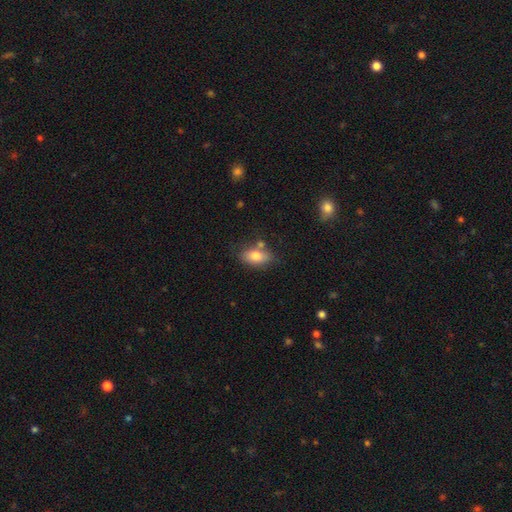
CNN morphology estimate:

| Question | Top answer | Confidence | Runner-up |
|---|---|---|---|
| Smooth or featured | smooth | 78% | featured or disk (14%) |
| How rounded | in between | 87% | round (9%) |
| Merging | none | 66% | minor disturbance (17%) |